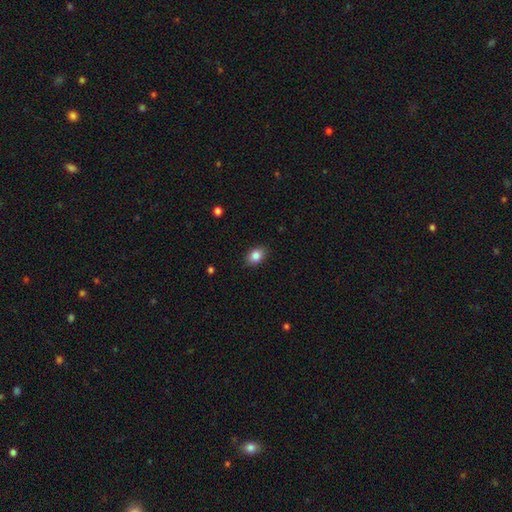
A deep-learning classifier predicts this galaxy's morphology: The model was most divided on "how rounded": in between: 77%, round: 22%, cigar-shaped: 1%. More confident: merging — none (87%); smooth or featured — smooth (85%).